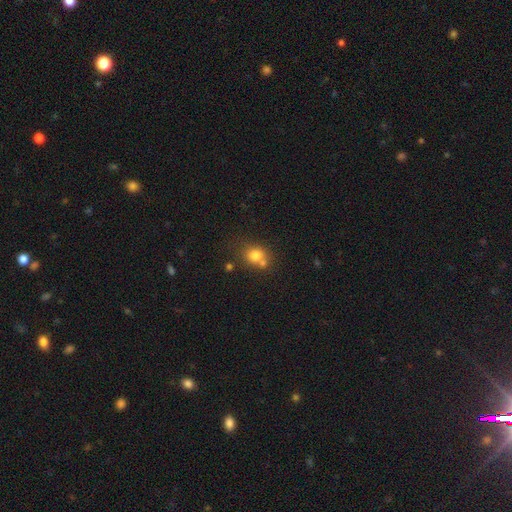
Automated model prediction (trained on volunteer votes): A smooth galaxy with no disk features (77%) that is round (72%).

Vote fractions:
- Smooth or featured? smooth: 77% / star or artifact: 12% / featured or disk: 11%
- How rounded? round: 72% / in between: 27% / cigar-shaped: 1%
- Merging? none: 51% / merger: 33% / minor disturbance: 12% / major disturbance: 4%